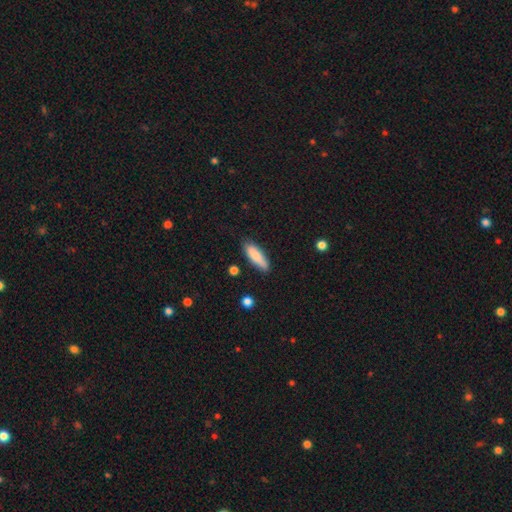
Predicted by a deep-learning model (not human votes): smooth 84%, featured or disk 10%, star or artifact 6%. Down the decision tree: how rounded — cigar-shaped (54%); merging — none (82%).